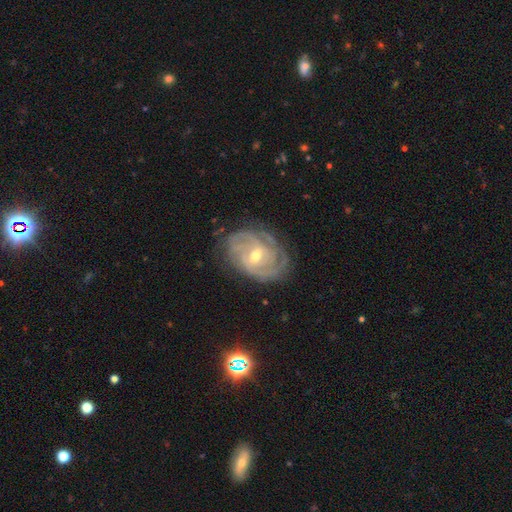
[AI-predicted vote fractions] Morphology: type=featured or disk (88%); edge-on=no (97%); bar=weak (49%); spiral arms=yes (96%); winding=tight (71%); arm count=3 (27%, tied with can't tell); bulge=moderate (55%); merging=none (75%).